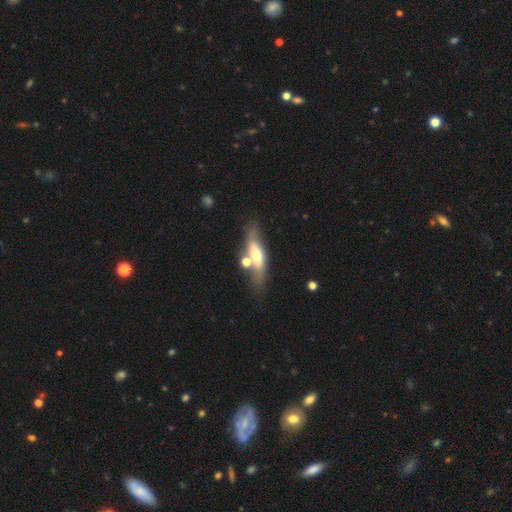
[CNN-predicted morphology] Smooth or featured? Predicted: smooth (p=0.48). Merging? Predicted: none (p=0.58).